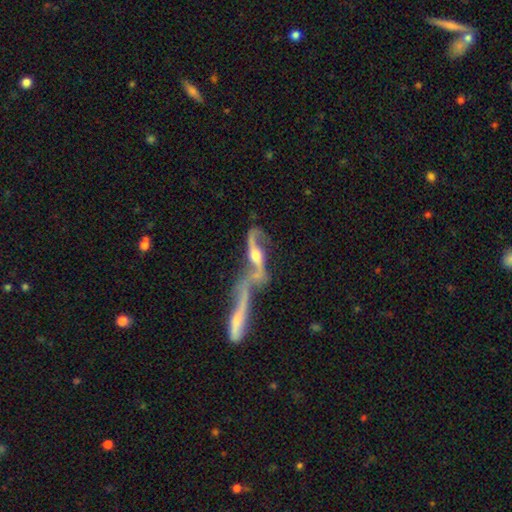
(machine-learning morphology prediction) smooth_or_featured: featured or disk (p=0.76) [alt: smooth p=0.16]
disk_edge_on: no (p=0.69) [alt: yes p=0.31]
bar: no (p=0.59) [alt: weak p=0.28]
has_spiral_arms: yes (p=0.80) [alt: no p=0.20]
bulge_size: moderate (p=0.56) [alt: large p=0.18]
merging: merger (p=0.66) [alt: none p=0.16]